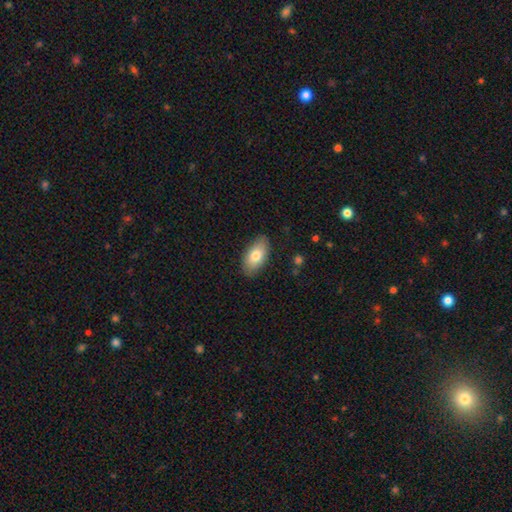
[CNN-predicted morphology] Smooth or featured? smooth (79%)
How rounded? in between (93%)
Merging? none (86%)